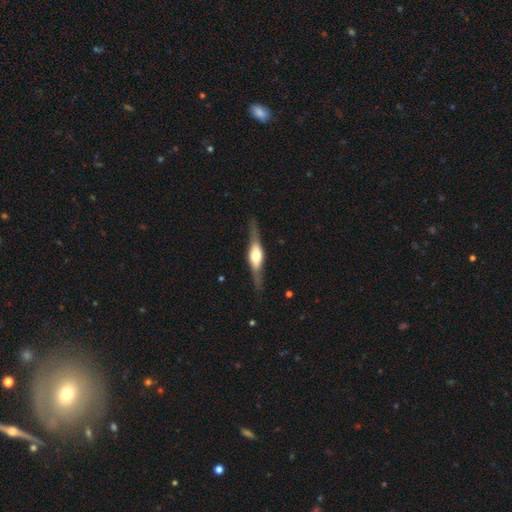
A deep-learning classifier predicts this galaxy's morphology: Q: Smooth or featured?
A: featured or disk (76%); runner-up: smooth (19%)
Q: Edge-on disk?
A: yes (96%); runner-up: no (4%)
Q: Edge-on bulge?
A: rounded (89%); runner-up: boxy (9%)
Q: Merging?
A: none (84%); runner-up: minor disturbance (11%)